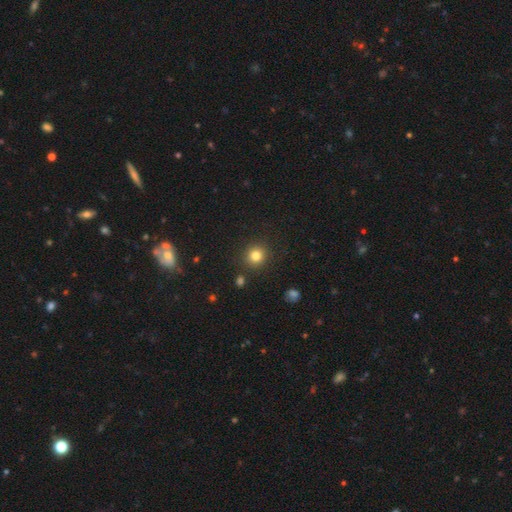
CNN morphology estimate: Smooth or featured? Predicted: smooth (p=0.82). How rounded? Predicted: round (p=0.91). Merging? Predicted: none (p=0.89).